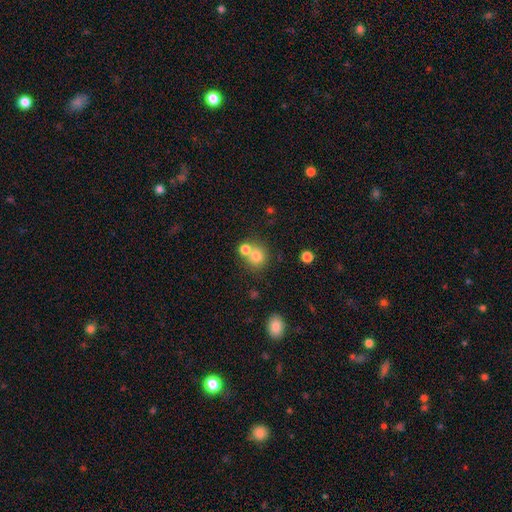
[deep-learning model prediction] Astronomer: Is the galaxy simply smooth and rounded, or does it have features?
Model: smooth — 77%.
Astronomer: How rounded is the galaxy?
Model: round — 85%.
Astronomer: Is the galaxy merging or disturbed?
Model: none — 49% (runner-up: merger, 40%).